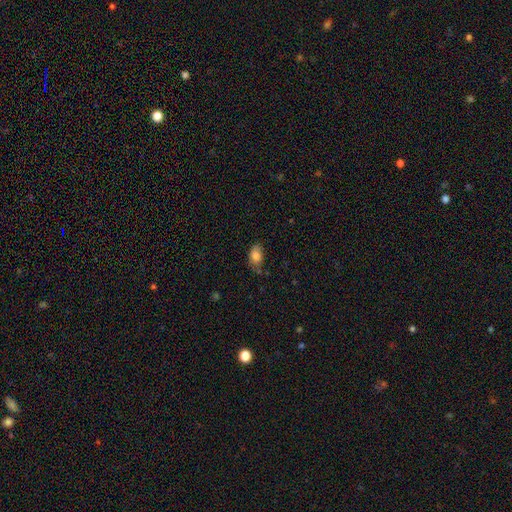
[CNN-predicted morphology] This is clearly a smooth galaxy (82%). How rounded: clearly in between (88%). Merging: possibly none (58%).